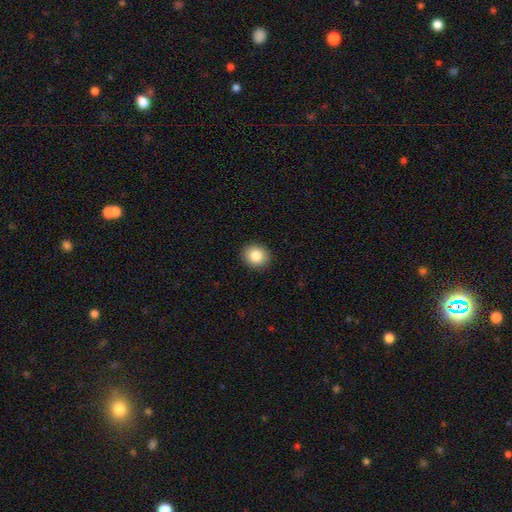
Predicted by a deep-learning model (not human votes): A smooth galaxy with no disk features (85%) that is round (76%). Merging: none (92%).